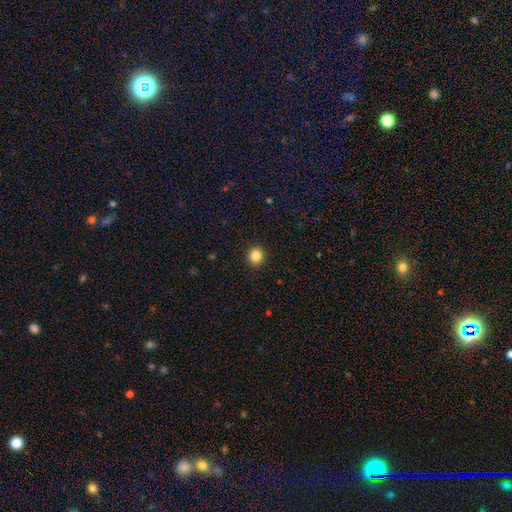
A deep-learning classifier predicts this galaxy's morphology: Smooth or featured: smooth — 86% (star or artifact — 10%)
How rounded: round — 84% (in between — 16%)
Merging: none — 92% (minor disturbance — 5%)